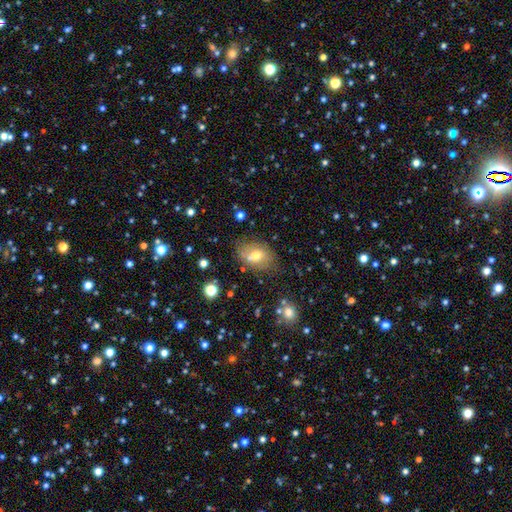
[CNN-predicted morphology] A smooth galaxy with no disk features (62%) that is in between round and cigar-shaped (80%). Merging: none (63%).